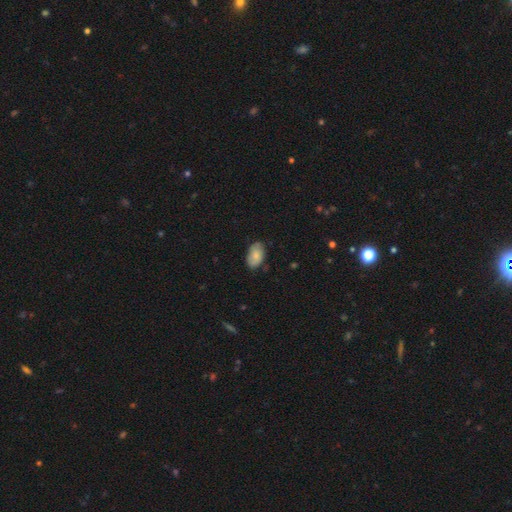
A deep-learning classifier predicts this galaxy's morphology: smooth 76%, featured or disk 18%, star or artifact 7%. Down the decision tree: how rounded — in between (93%); merging — none (78%).